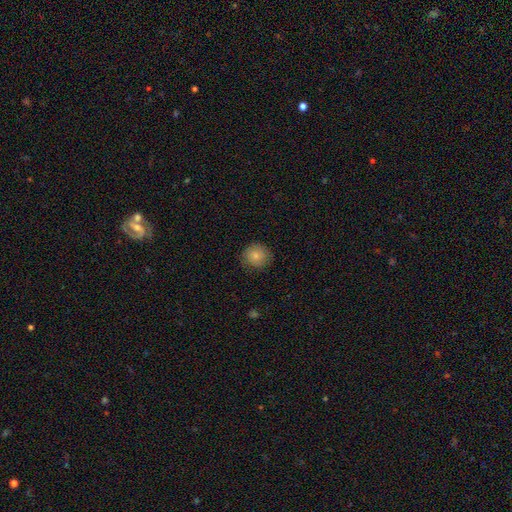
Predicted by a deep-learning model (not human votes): Smooth or featured: smooth — 82% (star or artifact — 9%)
How rounded: round — 89% (in between — 10%)
Merging: none — 84% (minor disturbance — 12%)